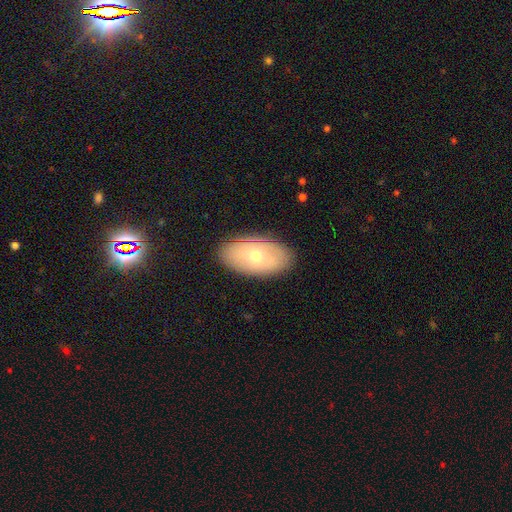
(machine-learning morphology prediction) The model was most divided on "smooth or featured": smooth: 53%, featured or disk: 39%, star or artifact: 8%. More confident: how rounded — in between (93%); merging — none (85%).